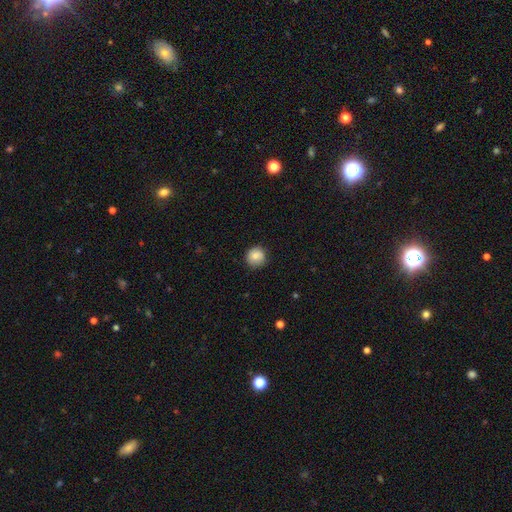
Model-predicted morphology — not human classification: smooth-or-featured: smooth: 83% | star or artifact: 9% | featured or disk: 8%
  how-rounded: round: 92% | in between: 7% | cigar-shaped: 1%
  merging: none: 83% | minor disturbance: 13% | major disturbance: 3% | merger: 1%